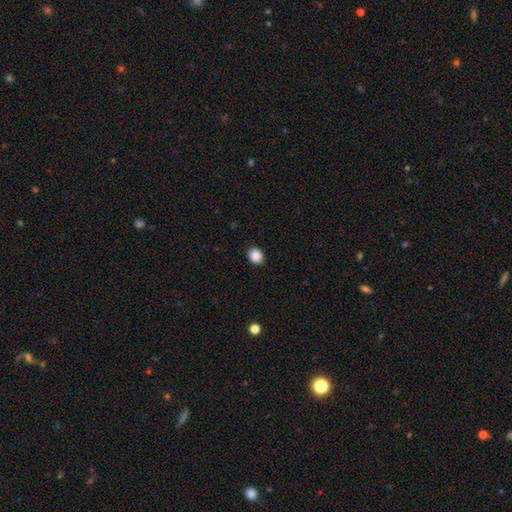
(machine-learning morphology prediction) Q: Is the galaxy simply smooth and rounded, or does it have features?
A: smooth — 88%.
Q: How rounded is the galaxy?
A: round — 57%.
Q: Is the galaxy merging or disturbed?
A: none — 90%.